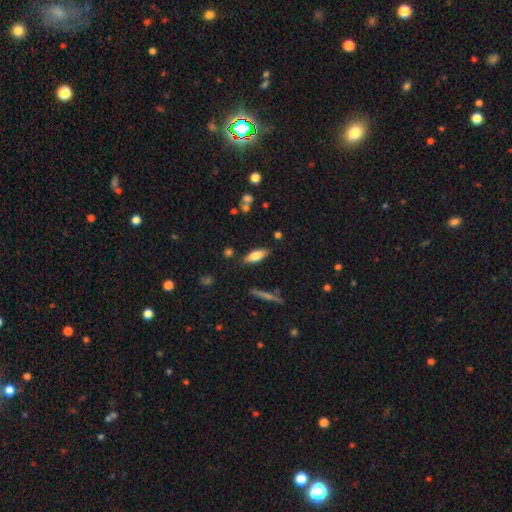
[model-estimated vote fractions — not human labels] A smooth galaxy with no disk features (66%) that is in between round and cigar-shaped (64%).

Vote fractions:
- Smooth or featured? smooth: 66% / featured or disk: 27% / star or artifact: 8%
- How rounded? in between: 64% / cigar-shaped: 34% / round: 2%
- Merging? none: 82% / minor disturbance: 12% / merger: 3% / major disturbance: 3%